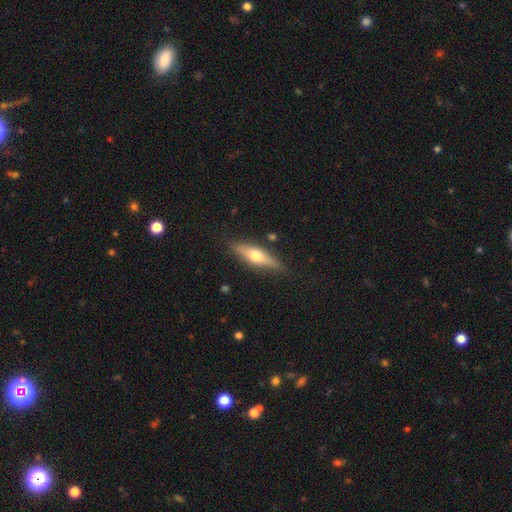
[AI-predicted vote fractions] Overall: featured or disk (50%; smooth 44%). Merging: none (85%).